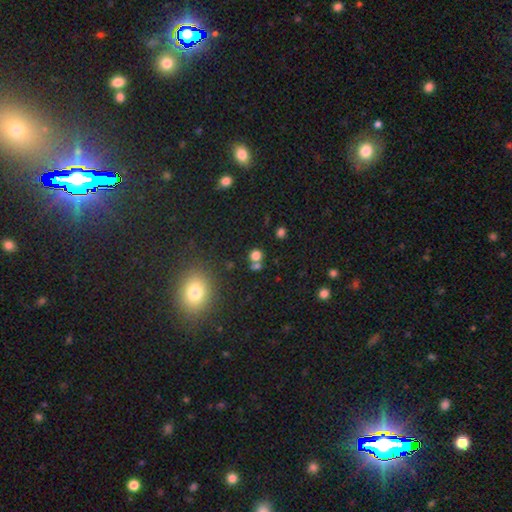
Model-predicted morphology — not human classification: smooth_or_featured: smooth (p=0.73) [alt: star or artifact p=0.20]
how_rounded: round (p=0.82) [alt: in between p=0.17]
merging: none (p=0.61) [alt: merger p=0.27]